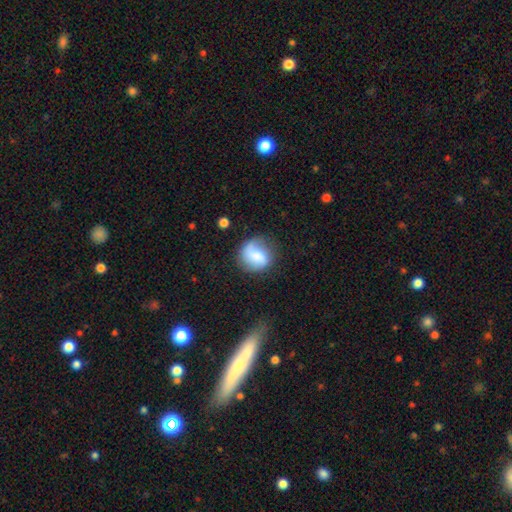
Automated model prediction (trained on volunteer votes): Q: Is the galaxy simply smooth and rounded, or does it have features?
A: smooth — 67%.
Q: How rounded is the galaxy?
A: round — 71%.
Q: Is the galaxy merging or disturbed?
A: none — 55%.